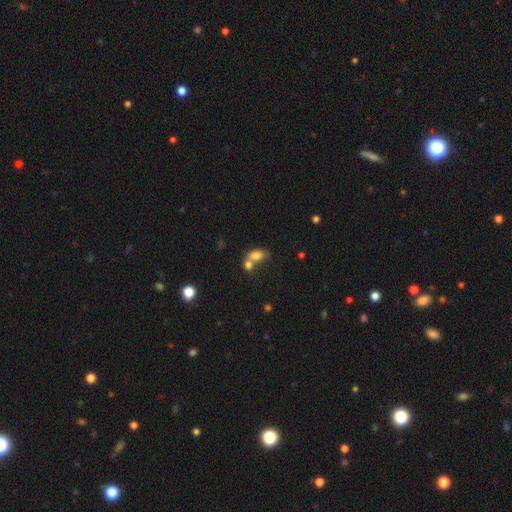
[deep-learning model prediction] smooth 78%, featured or disk 12%, star or artifact 10%. Down the decision tree: how rounded — in between (80%); merging — merger (58%).